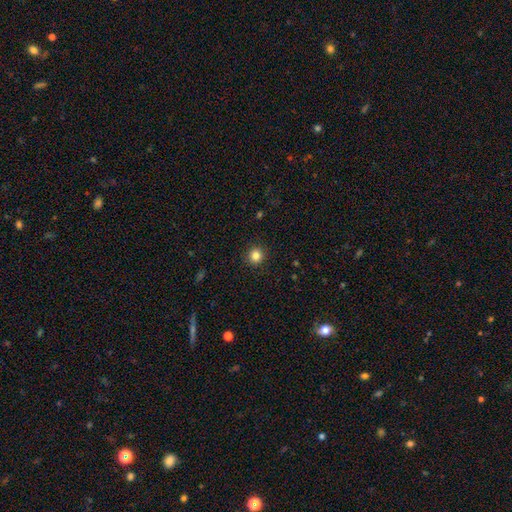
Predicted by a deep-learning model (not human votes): Smooth or featured? smooth (84%)
How rounded? round (94%)
Merging? none (93%)